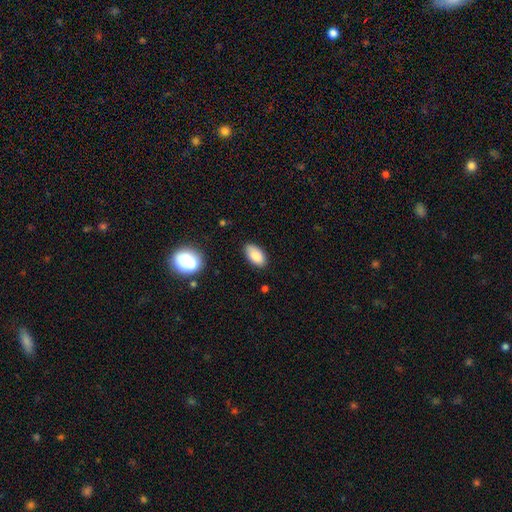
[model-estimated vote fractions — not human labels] Smooth or featured?
  - smooth: 85% *
  - star or artifact: 8%
  - featured or disk: 7%
How rounded?
  - in between: 93% *
  - cigar-shaped: 3%
  - round: 3%
Merging?
  - none: 85% *
  - minor disturbance: 12%
  - major disturbance: 2%
  - merger: 1%